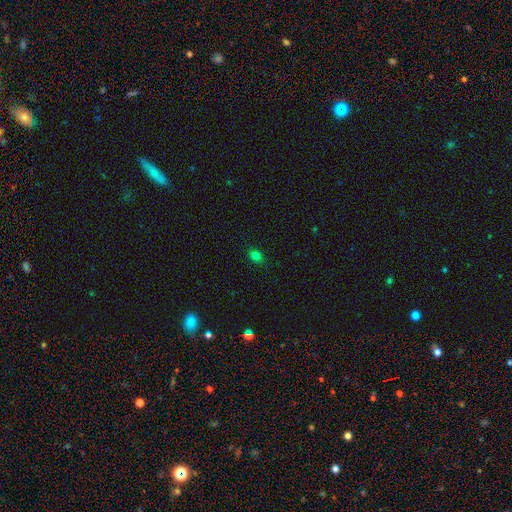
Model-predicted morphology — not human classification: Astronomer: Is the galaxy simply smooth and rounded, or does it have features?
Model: smooth — 77%.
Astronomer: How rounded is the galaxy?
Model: in between — 51% (runner-up: round, 47%).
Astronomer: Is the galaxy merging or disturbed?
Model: none — 84%.